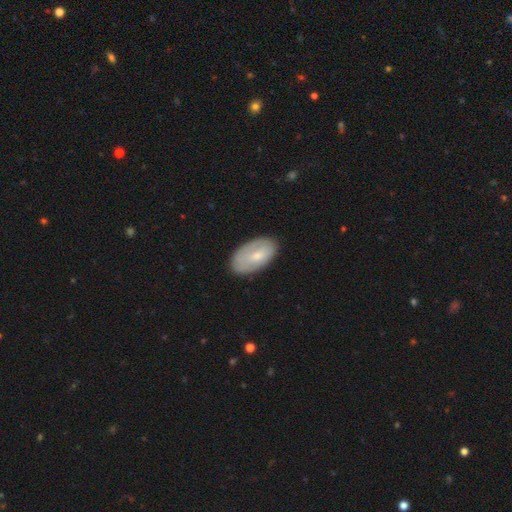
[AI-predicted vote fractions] The model was most divided on "smooth or featured": smooth: 61%, featured or disk: 32%, star or artifact: 6%. More confident: how rounded — in between (94%); merging — none (80%).